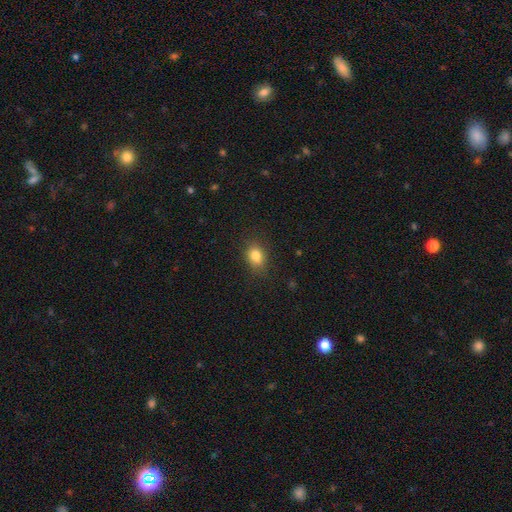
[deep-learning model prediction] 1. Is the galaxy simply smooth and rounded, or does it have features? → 82% smooth, 11% star or artifact, 7% featured or disk.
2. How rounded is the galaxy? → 57% in between, 41% round, 1% cigar-shaped.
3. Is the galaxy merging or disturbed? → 84% none, 12% minor disturbance, 3% major disturbance, 1% merger.